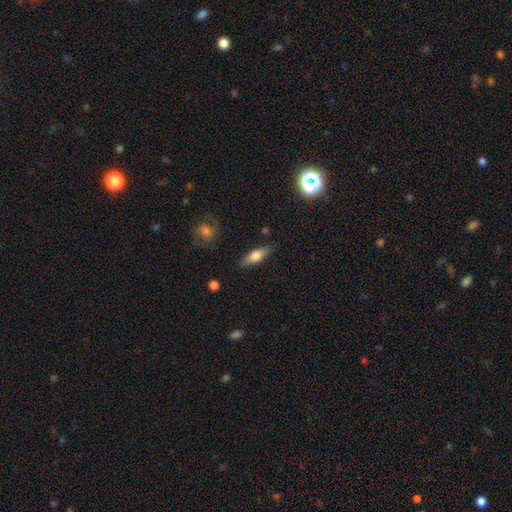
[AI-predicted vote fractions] Morphology: type=smooth (60%); roundness=in between (52%); merging=none (85%).